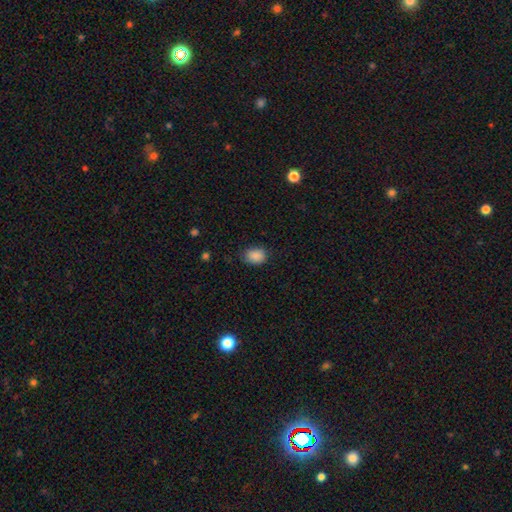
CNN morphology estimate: Smooth or featured? smooth (87%)
How rounded? in between (55%)
Merging? none (74%)